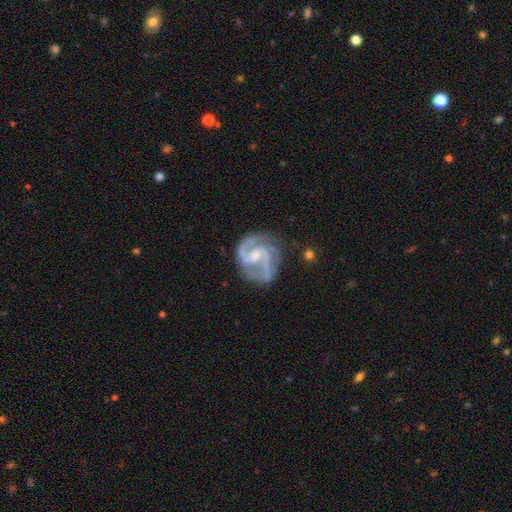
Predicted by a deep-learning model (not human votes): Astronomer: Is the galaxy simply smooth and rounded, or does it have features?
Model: featured or disk — 91%.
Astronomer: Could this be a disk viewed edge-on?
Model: no — 98%.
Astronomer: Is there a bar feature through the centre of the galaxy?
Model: weak — 51% (runner-up: no, 34%).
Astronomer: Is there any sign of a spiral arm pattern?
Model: yes — 98%.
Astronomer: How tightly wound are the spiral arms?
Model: medium — 58%.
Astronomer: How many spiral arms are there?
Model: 2 — 83%.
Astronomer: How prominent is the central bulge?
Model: small — 53% (runner-up: moderate, 37%).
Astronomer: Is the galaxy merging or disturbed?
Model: none — 65%.